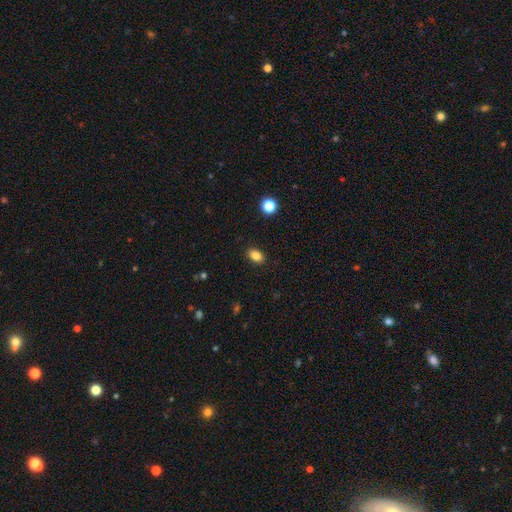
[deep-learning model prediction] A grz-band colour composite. It shows a smooth galaxy with no disk features (84%) that is in between round and cigar-shaped (80%). Merging: none (89%).